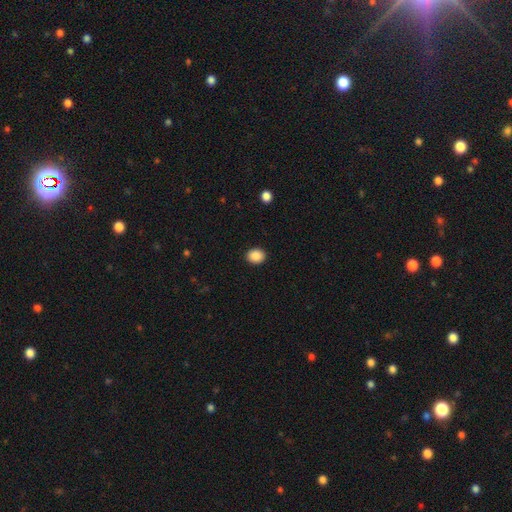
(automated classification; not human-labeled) This is clearly a smooth galaxy (89%). How rounded: possibly round (55%). Merging: clearly none (91%).